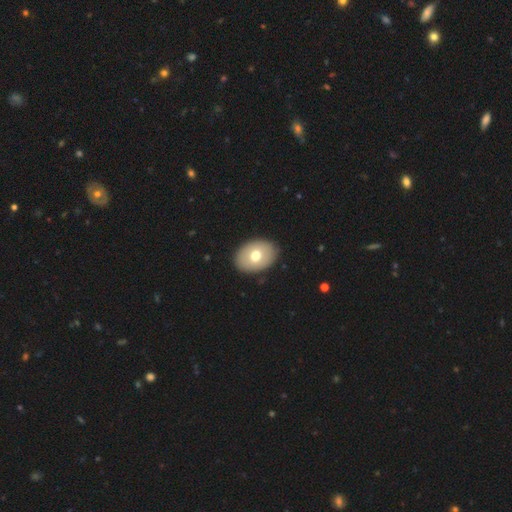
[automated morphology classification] type=smooth (69%); roundness=in between (79%); merging=none (89%).